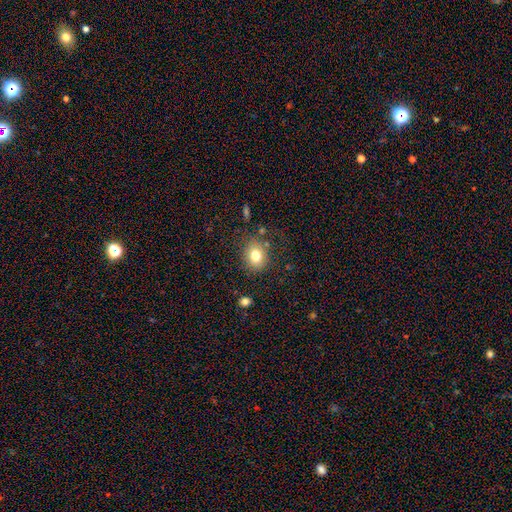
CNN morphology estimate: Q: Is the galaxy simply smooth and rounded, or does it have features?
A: smooth — 78%.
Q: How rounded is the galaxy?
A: round — 61%.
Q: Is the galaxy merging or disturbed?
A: none — 79%.